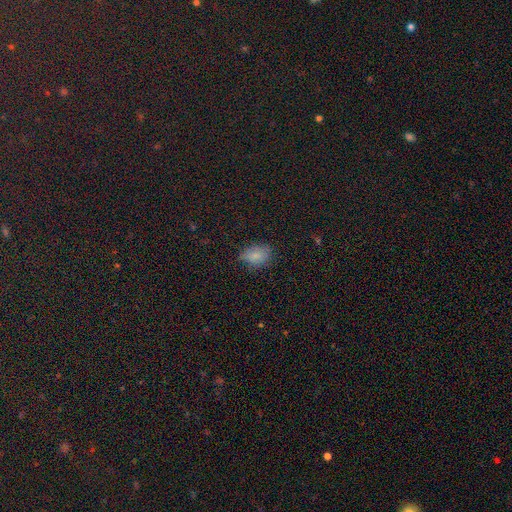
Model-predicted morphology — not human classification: Smooth or featured: smooth — 79% (star or artifact — 14%)
How rounded: in between — 80% (round — 18%)
Merging: none — 70% (minor disturbance — 23%)